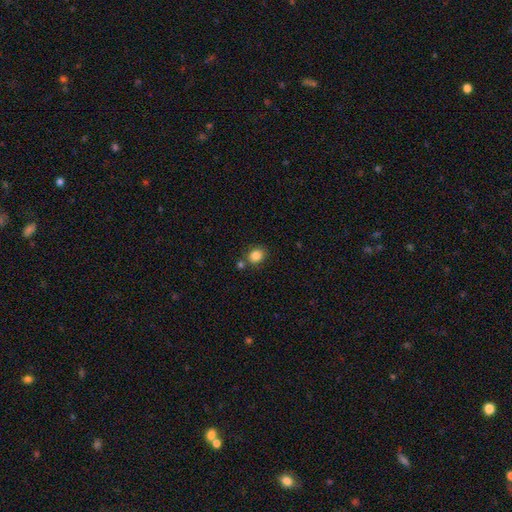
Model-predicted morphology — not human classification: Smooth or featured: smooth — 84% (star or artifact — 10%)
How rounded: round — 63% (in between — 36%)
Merging: none — 72% (merger — 12%)